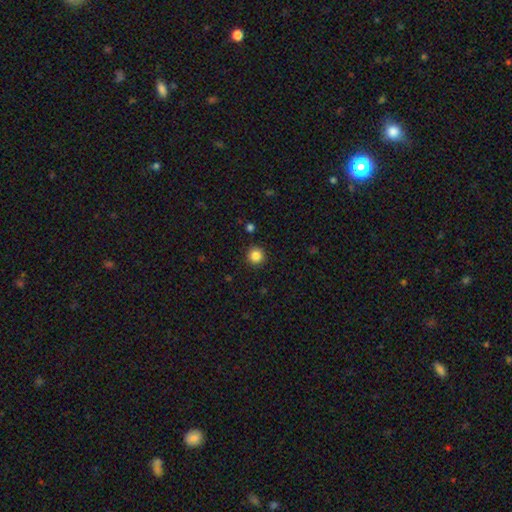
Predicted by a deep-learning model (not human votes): This appears to be a smooth galaxy with no disk features (86%) that is round (95%). Merging: none (92%).